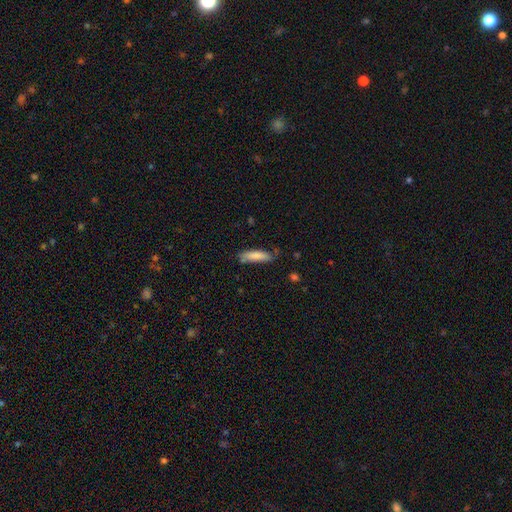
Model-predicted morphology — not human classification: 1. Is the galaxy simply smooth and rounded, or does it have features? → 83% smooth, 12% featured or disk, 6% star or artifact.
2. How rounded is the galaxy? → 70% cigar-shaped, 28% in between, 1% round.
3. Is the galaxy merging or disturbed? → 72% none, 21% minor disturbance, 4% major disturbance, 3% merger.